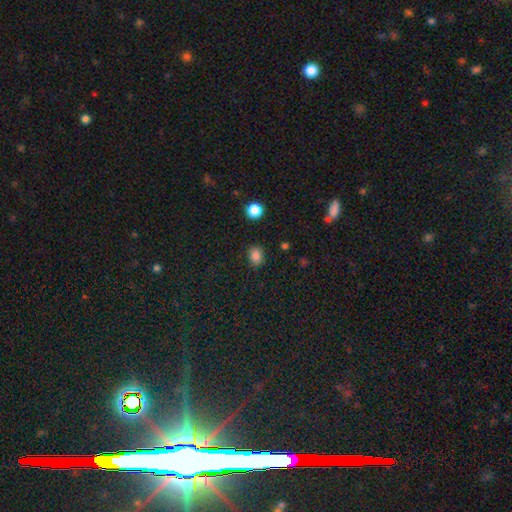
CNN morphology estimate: A smooth galaxy with no disk features (84%) that is round (51%).

Vote fractions:
- Smooth or featured? smooth: 84% / star or artifact: 12% / featured or disk: 4%
- How rounded? round: 51% / in between: 48% / cigar-shaped: 1%
- Merging? none: 85% / minor disturbance: 10% / major disturbance: 3% / merger: 2%